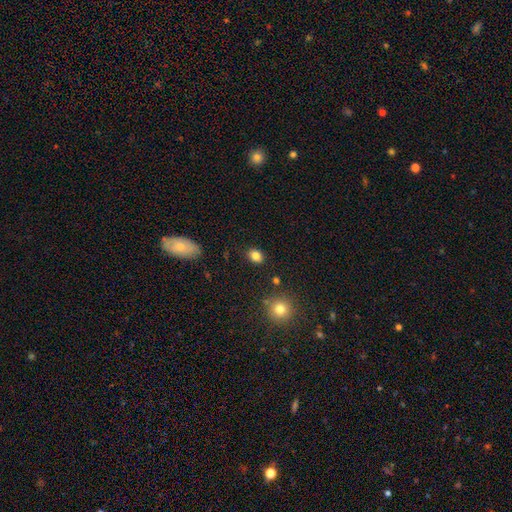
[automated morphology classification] A smooth galaxy with no disk features (82%) that is in between round and cigar-shaped (56%). Merging: none (85%).